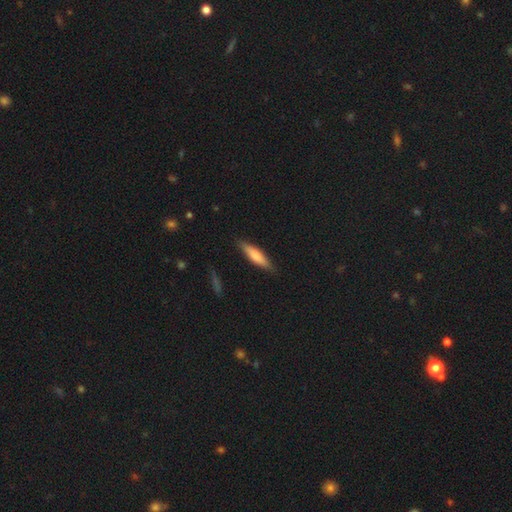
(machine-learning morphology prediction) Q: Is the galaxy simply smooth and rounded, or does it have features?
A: smooth — 71%.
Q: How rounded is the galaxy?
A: cigar-shaped — 73%.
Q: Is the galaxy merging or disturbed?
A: none — 85%.